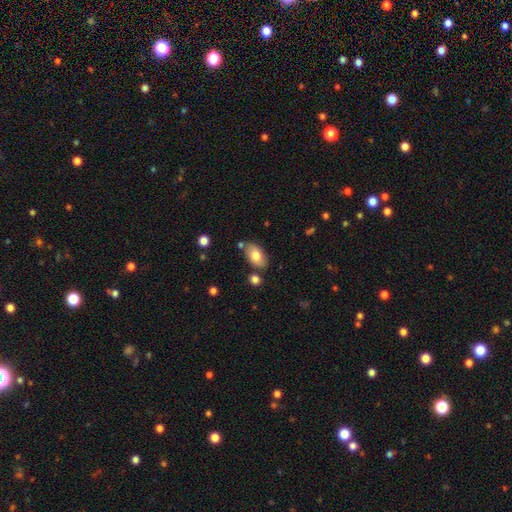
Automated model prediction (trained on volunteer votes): This appears to be a smooth galaxy with no disk features (77%) that is in between round and cigar-shaped (92%). Merging: none (76%).